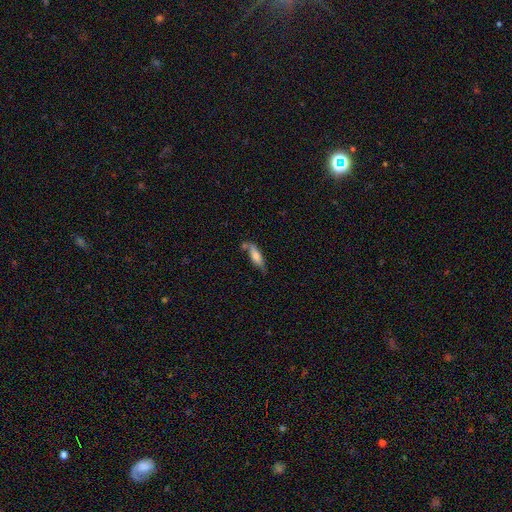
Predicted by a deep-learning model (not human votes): Smooth or featured: smooth — 68% (featured or disk — 26%)
How rounded: cigar-shaped — 56% (in between — 42%)
Merging: none — 55% (minor disturbance — 23%)